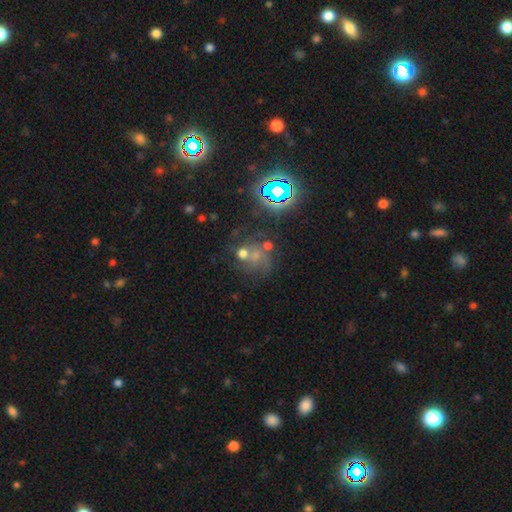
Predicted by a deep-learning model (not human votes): Overall: star or artifact (37%; smooth 36%).